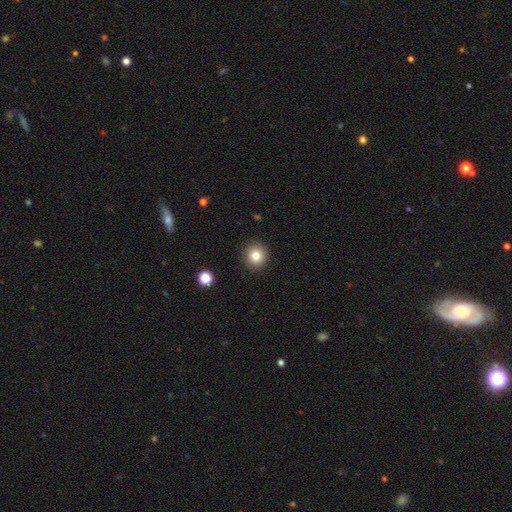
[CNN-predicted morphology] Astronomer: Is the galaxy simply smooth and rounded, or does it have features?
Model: smooth — 81%.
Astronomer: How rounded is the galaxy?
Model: round — 93%.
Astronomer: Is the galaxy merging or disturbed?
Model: none — 91%.